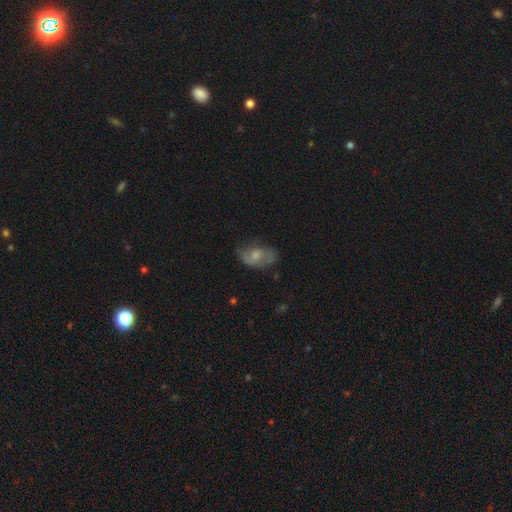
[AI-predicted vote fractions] This appears to be a featured or disk galaxy (48%). Merging: none (56%).